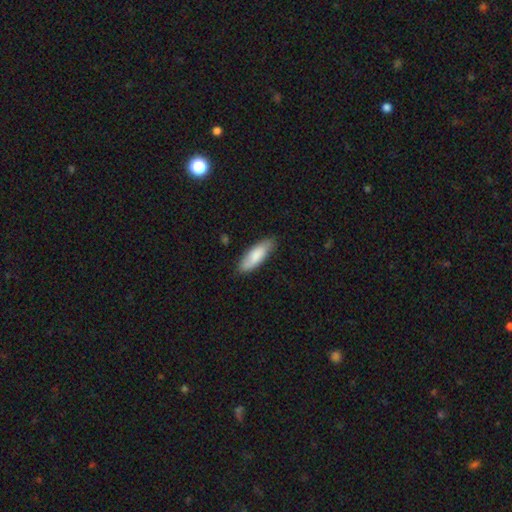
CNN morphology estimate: Smooth or featured: smooth — 81% (featured or disk — 13%)
How rounded: in between — 59% (cigar-shaped — 39%)
Merging: none — 81% (minor disturbance — 15%)